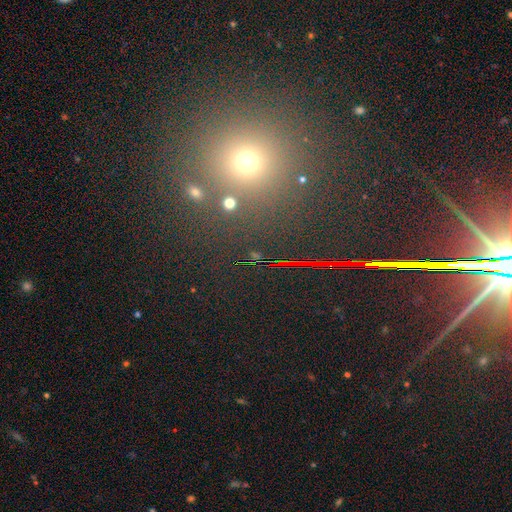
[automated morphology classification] Q: Smooth or featured?
A: star or artifact (54%); runner-up: smooth (36%)